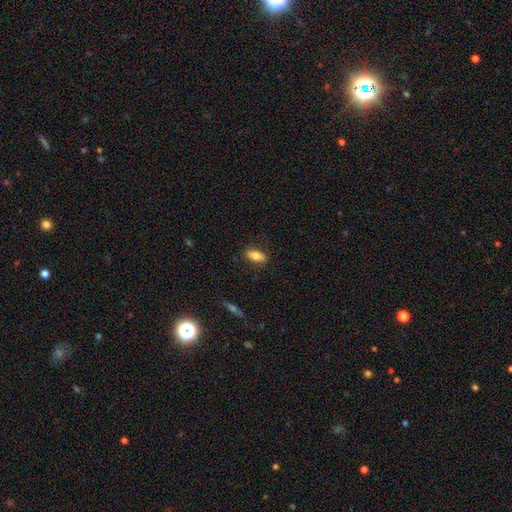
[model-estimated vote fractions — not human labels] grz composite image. It shows a smooth galaxy with no disk features (76%) that is in between round and cigar-shaped (82%). Merging: none (82%).